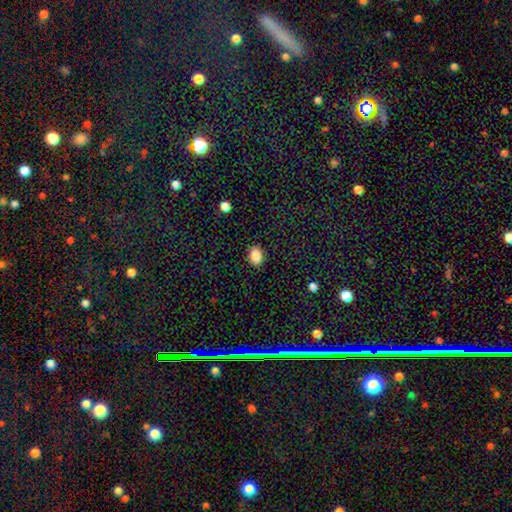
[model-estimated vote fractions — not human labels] Smooth or featured?
  - smooth: 87% *
  - star or artifact: 9%
  - featured or disk: 4%
How rounded?
  - in between: 79% *
  - round: 20%
  - cigar-shaped: 1%
Merging?
  - none: 88% *
  - minor disturbance: 9%
  - major disturbance: 2%
  - merger: 1%